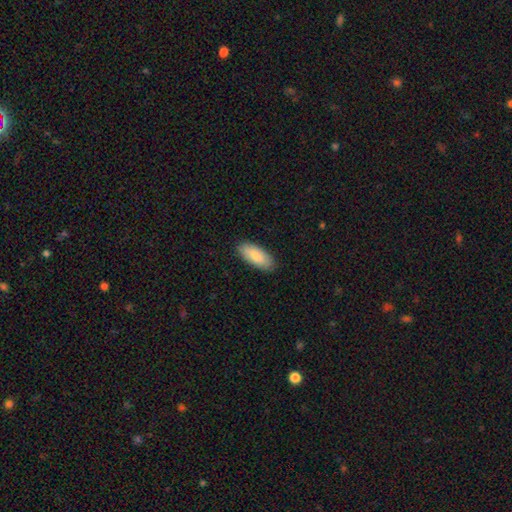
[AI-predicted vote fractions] Smooth or featured? smooth (86%)
How rounded? in between (84%)
Merging? none (88%)